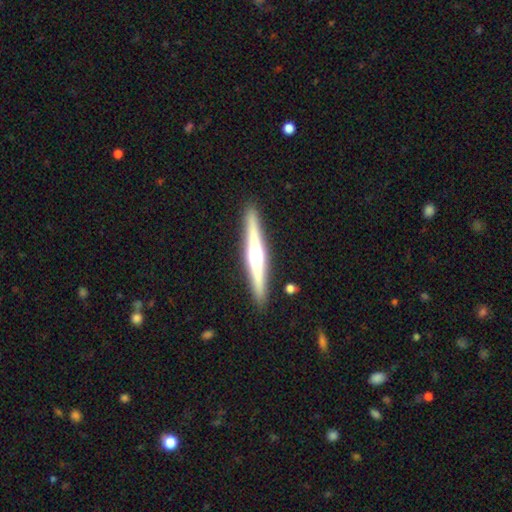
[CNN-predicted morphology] Smooth or featured?
  - featured or disk: 68% *
  - smooth: 26%
  - star or artifact: 5%
Edge-on disk?
  - yes: 98% *
  - no: 2%
Edge-on bulge?
  - rounded: 82% *
  - boxy: 9%
  - none: 9%
Merging?
  - none: 91% *
  - minor disturbance: 6%
  - major disturbance: 1%
  - merger: 1%